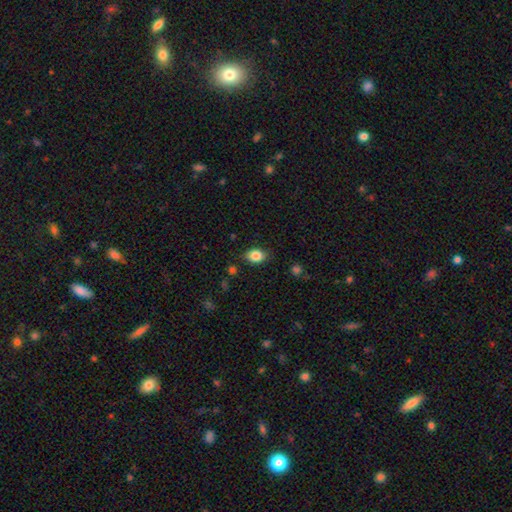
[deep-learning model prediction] smooth_or_featured: smooth (p=0.85) [alt: star or artifact p=0.09]
how_rounded: in between (p=0.74) [alt: round p=0.25]
merging: none (p=0.83) [alt: minor disturbance p=0.13]